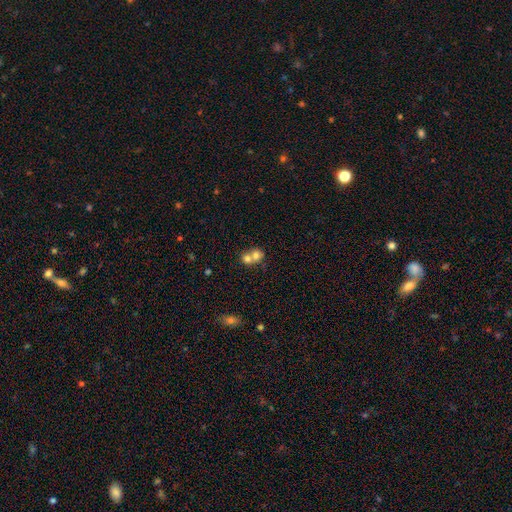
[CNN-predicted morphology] A smooth galaxy with no disk features (71%) that is round (72%). Merging: merger (69%).